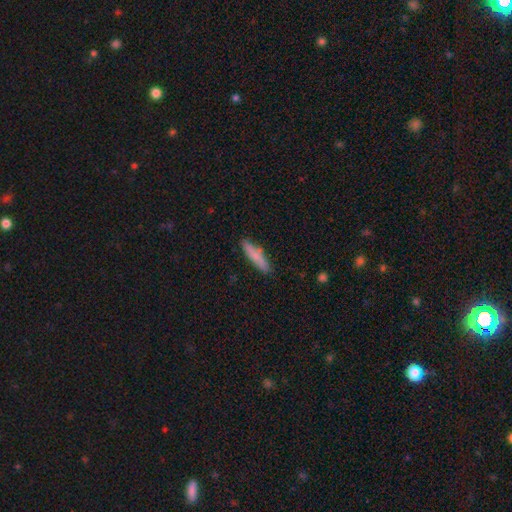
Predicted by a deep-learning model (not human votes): Morphology: type=smooth (77%); roundness=cigar-shaped (83%); merging=none (82%).